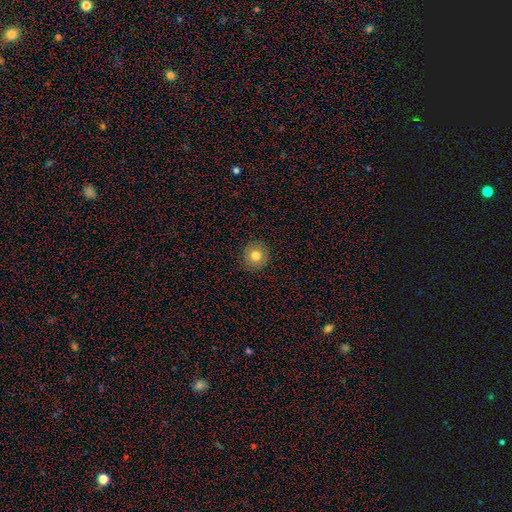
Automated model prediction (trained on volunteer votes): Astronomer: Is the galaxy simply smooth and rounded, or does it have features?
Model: smooth — 79%.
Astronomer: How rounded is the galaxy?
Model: round — 93%.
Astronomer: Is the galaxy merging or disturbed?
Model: none — 91%.